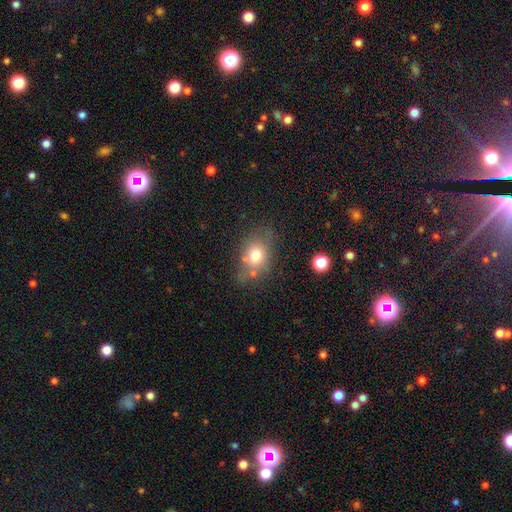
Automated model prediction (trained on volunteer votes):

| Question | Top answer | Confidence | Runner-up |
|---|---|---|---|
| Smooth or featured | smooth | 71% | featured or disk (17%) |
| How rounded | in between | 59% | round (39%) |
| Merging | none | 59% | minor disturbance (21%) |